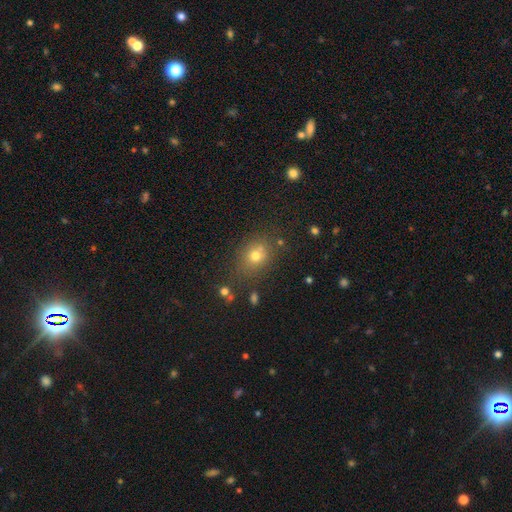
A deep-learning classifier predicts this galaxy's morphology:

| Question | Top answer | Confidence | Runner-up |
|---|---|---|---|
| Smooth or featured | smooth | 71% | star or artifact (18%) |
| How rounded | round | 59% | in between (40%) |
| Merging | none | 74% | minor disturbance (14%) |